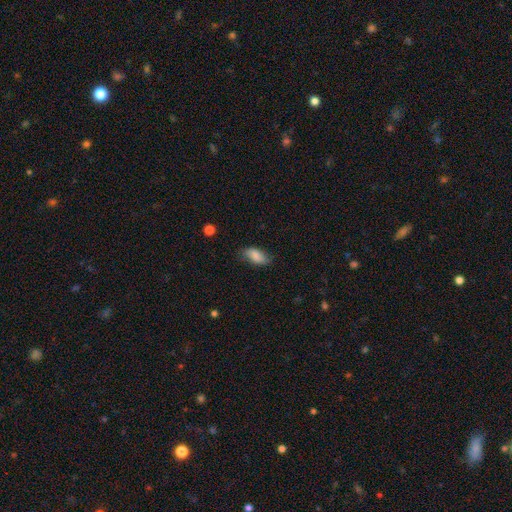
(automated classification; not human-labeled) This is clearly a smooth galaxy (80%). How rounded: clearly in between (91%). Merging: likely none (69%).